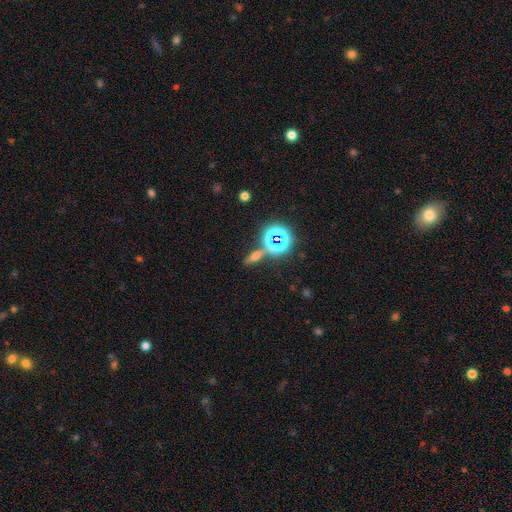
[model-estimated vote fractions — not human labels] This appears to be a smooth galaxy with no disk features (44%). Merging: none (71%).